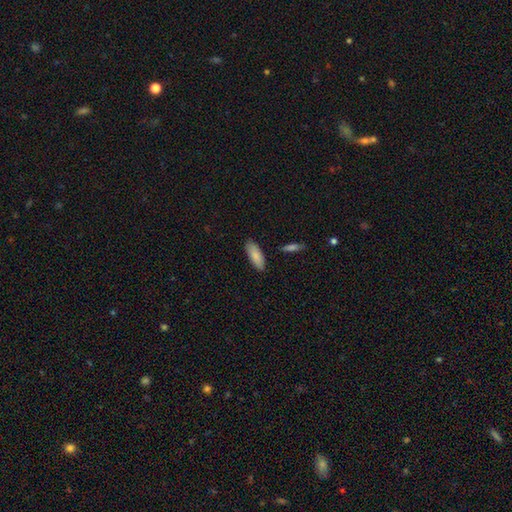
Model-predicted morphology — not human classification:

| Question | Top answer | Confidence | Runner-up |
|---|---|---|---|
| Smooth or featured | smooth | 86% | featured or disk (8%) |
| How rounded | in between | 75% | cigar-shaped (23%) |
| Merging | none | 84% | minor disturbance (11%) |